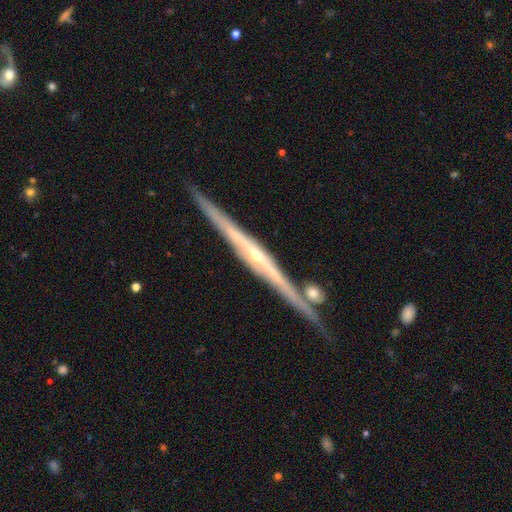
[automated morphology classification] type=featured or disk (86%); edge-on=yes (97%); edge-on bulge=rounded (68%); merging=none (82%).